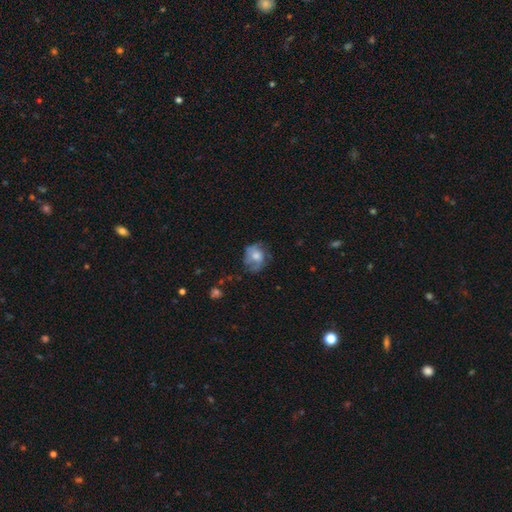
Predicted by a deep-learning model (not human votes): Smooth or featured? Predicted: smooth (p=0.51). How rounded? Predicted: round (p=0.61). Merging? Predicted: none (p=0.54).